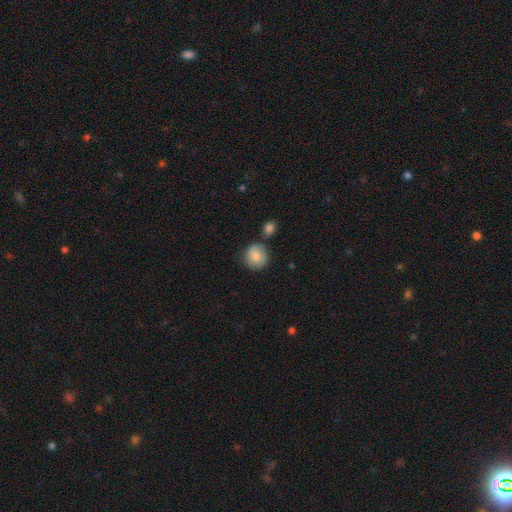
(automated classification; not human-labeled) This appears to be a smooth galaxy with no disk features (83%) that is round (87%). Merging: none (67%).